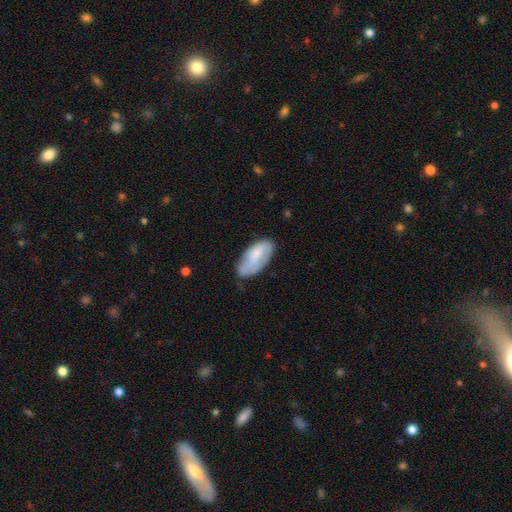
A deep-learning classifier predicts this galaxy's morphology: Q: Smooth or featured?
A: smooth (67%); runner-up: featured or disk (26%)
Q: How rounded?
A: in between (91%); runner-up: cigar-shaped (7%)
Q: Merging?
A: none (50%); runner-up: minor disturbance (36%)